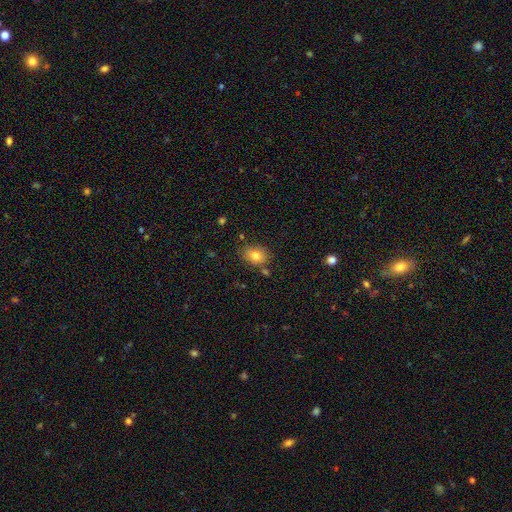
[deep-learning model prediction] smooth 80%, featured or disk 10%, star or artifact 10%. Down the decision tree: how rounded — in between (65%); merging — none (75%).